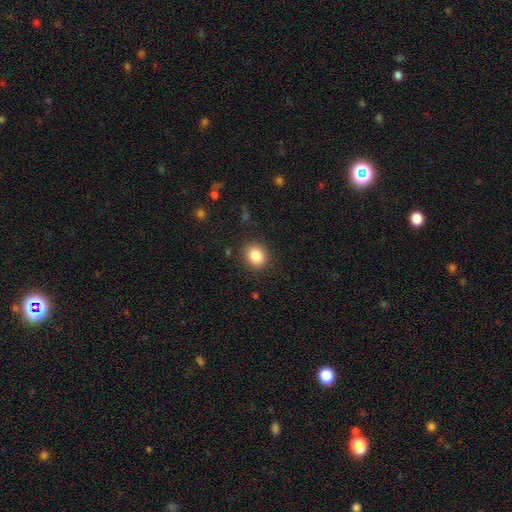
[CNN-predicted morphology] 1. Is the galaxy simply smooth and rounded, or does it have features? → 85% smooth, 10% star or artifact, 5% featured or disk.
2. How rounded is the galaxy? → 72% round, 27% in between, 1% cigar-shaped.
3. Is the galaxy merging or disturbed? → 88% none, 8% minor disturbance, 3% major disturbance, 1% merger.